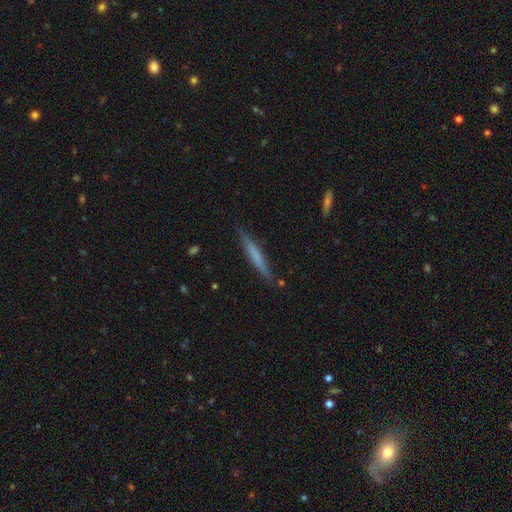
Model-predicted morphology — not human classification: This appears to be a smooth galaxy with no disk features (53%) that is cigar-shaped (95%). Merging: none (86%).